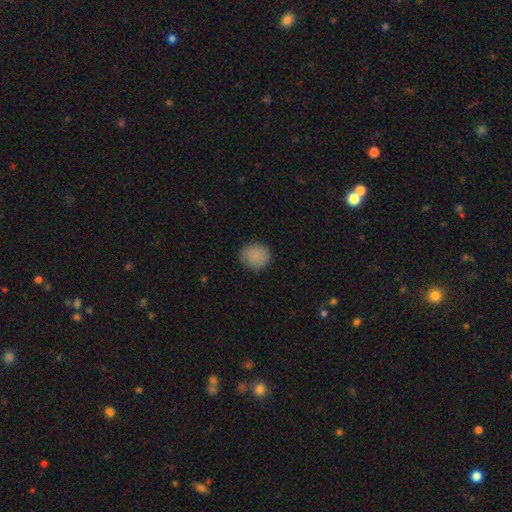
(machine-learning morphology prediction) Smooth or featured? smooth (87%)
How rounded? round (74%)
Merging? none (85%)